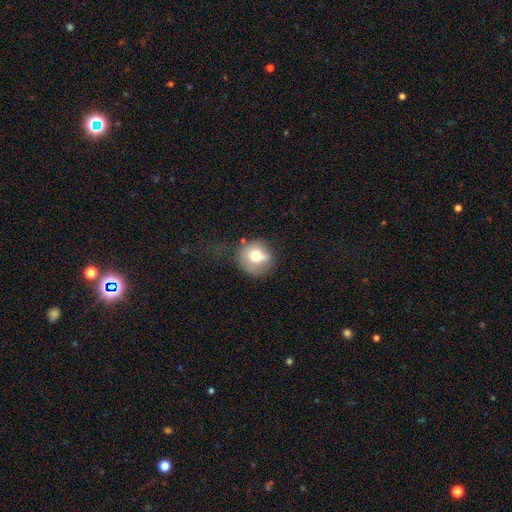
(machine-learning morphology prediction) smooth 68%, featured or disk 22%, star or artifact 10%. Down the decision tree: how rounded — round (86%); merging — none (53%).